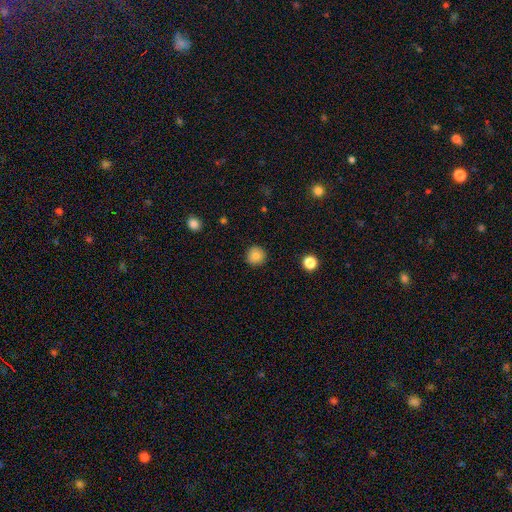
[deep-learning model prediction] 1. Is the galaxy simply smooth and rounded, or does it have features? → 84% smooth, 10% star or artifact, 6% featured or disk.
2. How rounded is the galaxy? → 95% round, 5% in between, 1% cigar-shaped.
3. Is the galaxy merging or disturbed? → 91% none, 6% minor disturbance, 2% major disturbance, 1% merger.